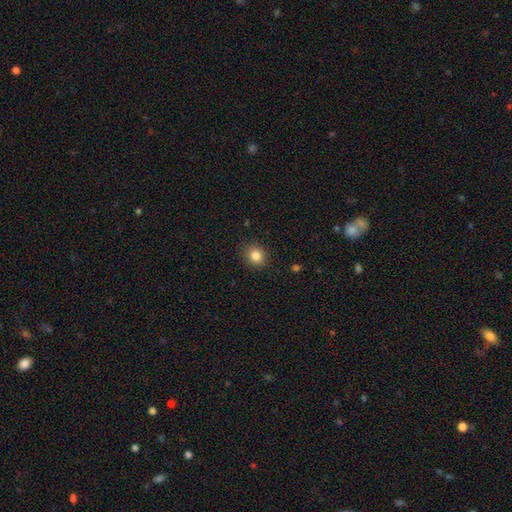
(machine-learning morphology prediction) Smooth or featured?
  - smooth: 83% *
  - star or artifact: 11%
  - featured or disk: 6%
How rounded?
  - round: 72% *
  - in between: 27%
  - cigar-shaped: 1%
Merging?
  - none: 88% *
  - minor disturbance: 8%
  - major disturbance: 2%
  - merger: 1%